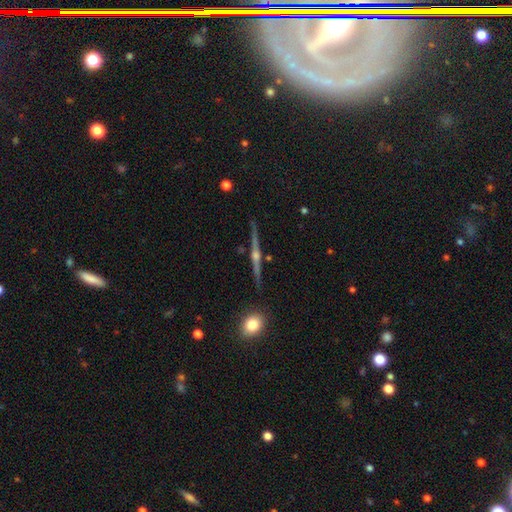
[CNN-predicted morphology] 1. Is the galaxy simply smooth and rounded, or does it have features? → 76% featured or disk, 13% star or artifact, 11% smooth.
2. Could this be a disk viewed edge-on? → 96% yes, 4% no.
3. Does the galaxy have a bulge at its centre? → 85% rounded, 8% none, 7% boxy.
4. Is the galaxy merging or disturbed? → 87% none, 8% minor disturbance, 2% merger, 2% major disturbance.